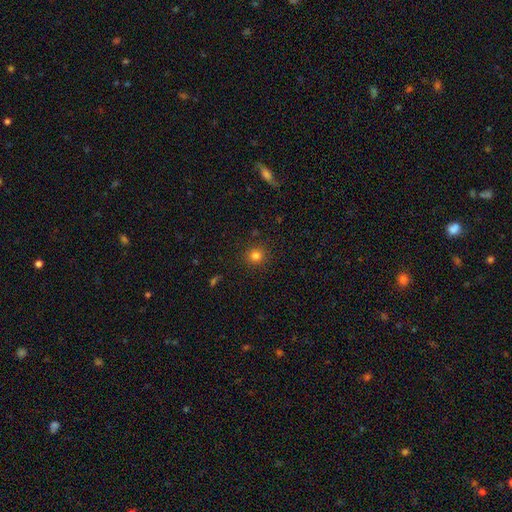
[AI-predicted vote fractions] This appears to be a smooth galaxy with no disk features (80%) that is round (90%). Merging: none (90%).